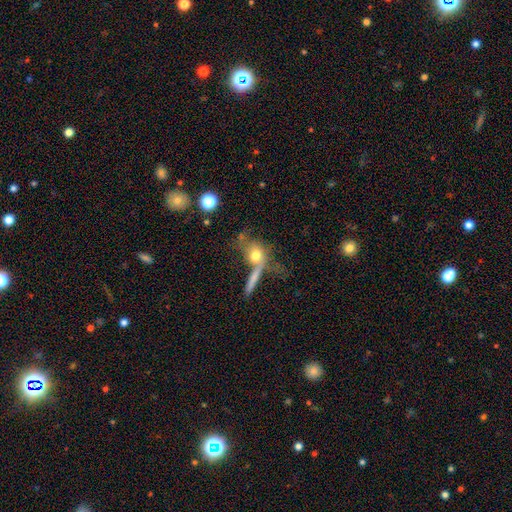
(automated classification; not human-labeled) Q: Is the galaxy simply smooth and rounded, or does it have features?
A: smooth — 57%.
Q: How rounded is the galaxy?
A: in between — 44%.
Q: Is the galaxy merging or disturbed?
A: none — 37%.